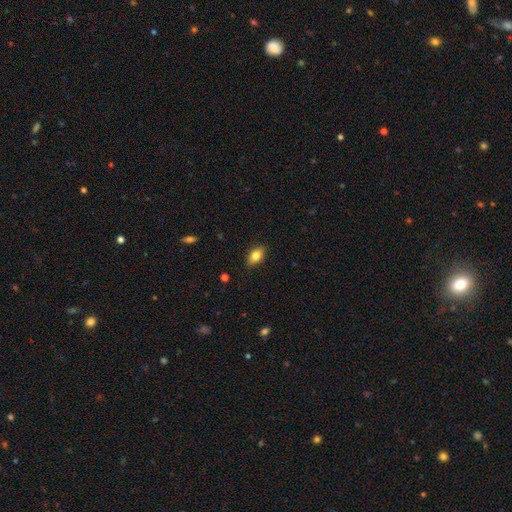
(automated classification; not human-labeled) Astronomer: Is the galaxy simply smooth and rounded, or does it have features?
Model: smooth — 81%.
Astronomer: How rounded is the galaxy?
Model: in between — 87%.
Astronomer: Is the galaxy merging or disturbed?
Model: none — 86%.